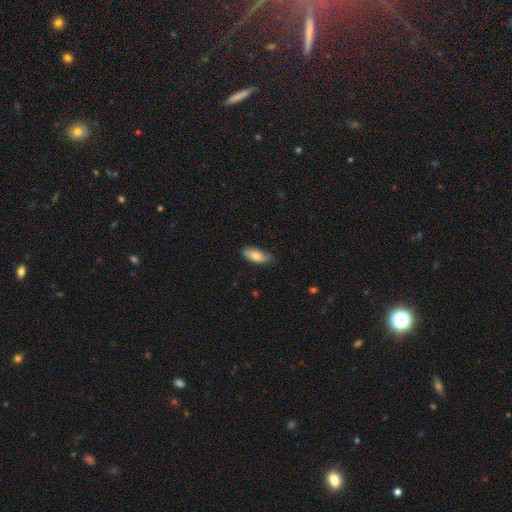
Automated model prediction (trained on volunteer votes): Q: Smooth or featured?
A: smooth (78%); runner-up: featured or disk (16%)
Q: How rounded?
A: in between (81%); runner-up: cigar-shaped (17%)
Q: Merging?
A: none (78%); runner-up: minor disturbance (19%)